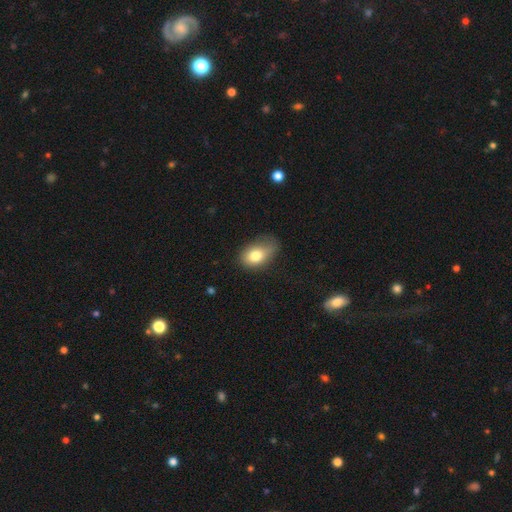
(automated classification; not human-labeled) Smooth or featured: smooth — 78% (featured or disk — 13%)
How rounded: in between — 82% (round — 17%)
Merging: none — 40% (tied with minor disturbance — 40%)